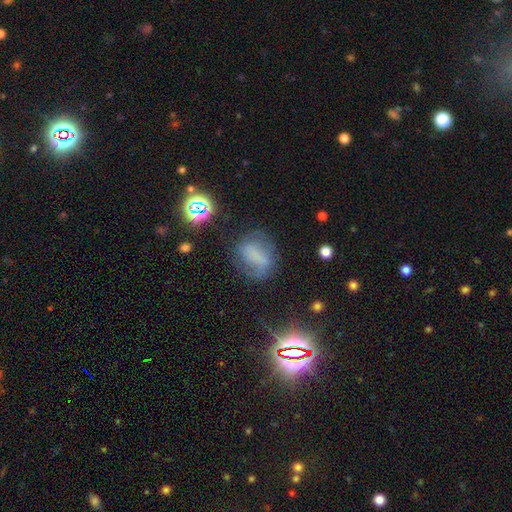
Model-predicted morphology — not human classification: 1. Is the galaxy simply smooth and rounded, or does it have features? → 51% smooth, 28% featured or disk, 22% star or artifact.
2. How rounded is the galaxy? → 63% in between, 33% round, 4% cigar-shaped.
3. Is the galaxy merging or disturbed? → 56% none, 24% minor disturbance, 17% major disturbance, 3% merger.